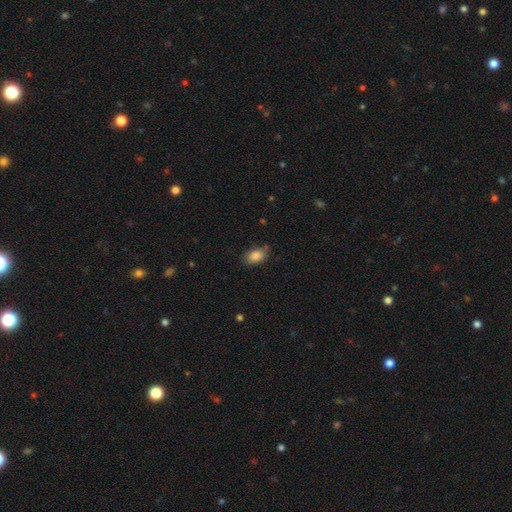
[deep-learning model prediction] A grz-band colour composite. It shows a smooth galaxy with no disk features (85%) that is in between round and cigar-shaped (88%). Merging: none (79%).